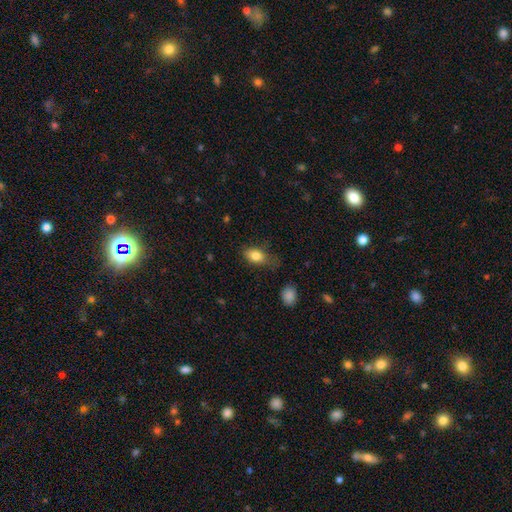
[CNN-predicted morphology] Smooth or featured? Predicted: smooth (p=0.82). How rounded? Predicted: in between (p=0.84). Merging? Predicted: none (p=0.59).